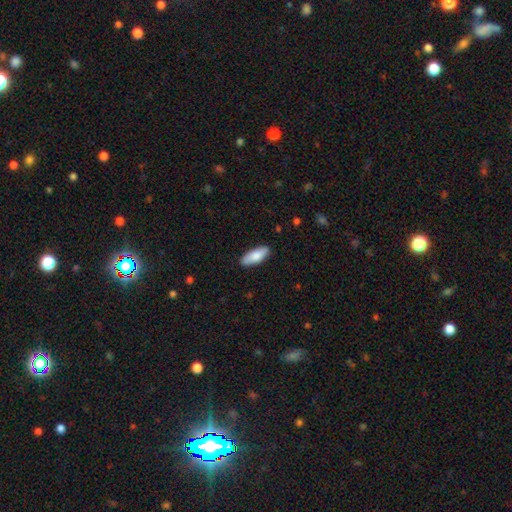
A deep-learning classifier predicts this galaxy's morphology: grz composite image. It shows a smooth galaxy with no disk features (83%) that is in between round and cigar-shaped (74%). Merging: none (88%).